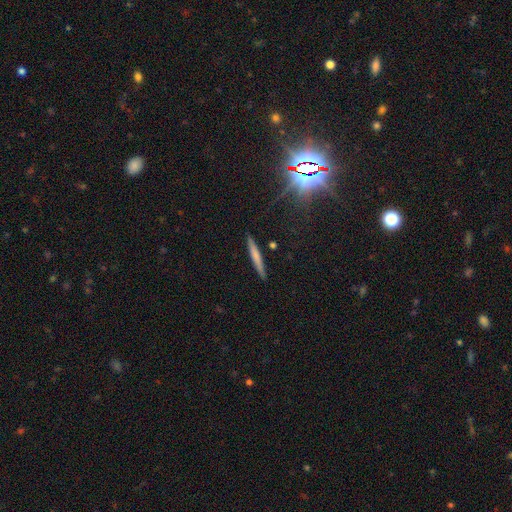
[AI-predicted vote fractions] This is likely a smooth galaxy (63%). How rounded: clearly cigar-shaped (95%). Merging: clearly none (90%).